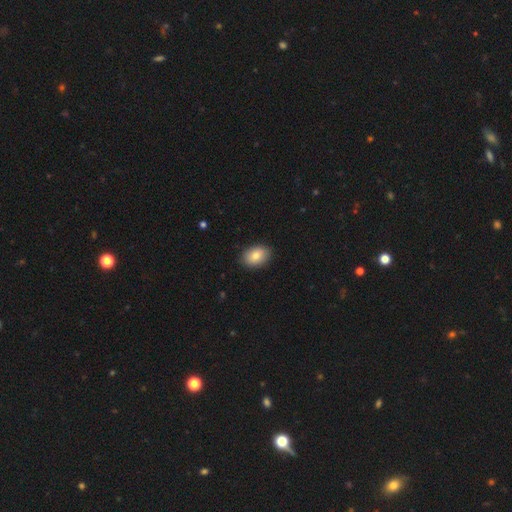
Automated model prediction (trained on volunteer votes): Smooth or featured: smooth — 82% (featured or disk — 11%)
How rounded: in between — 83% (round — 16%)
Merging: none — 88% (minor disturbance — 9%)